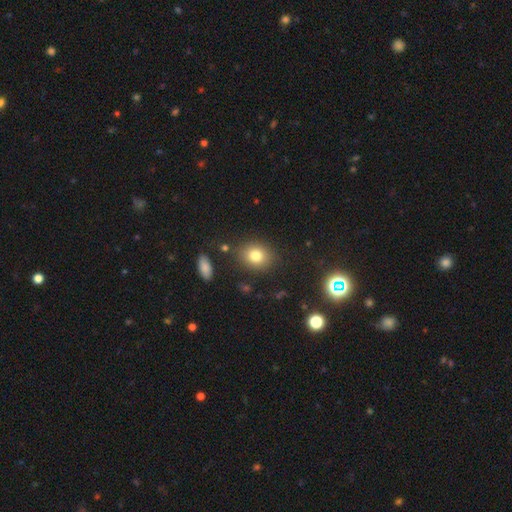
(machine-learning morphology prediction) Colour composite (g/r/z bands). It shows a smooth galaxy with no disk features (79%) that is round (56%). Merging: none (83%).